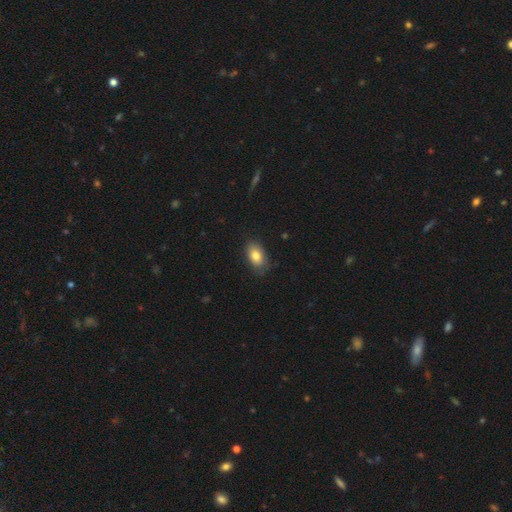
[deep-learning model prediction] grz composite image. It shows a smooth galaxy with no disk features (81%) that is in between round and cigar-shaped (89%). Merging: none (78%).